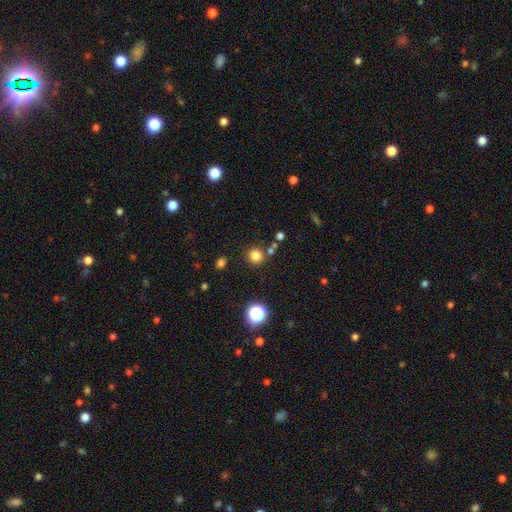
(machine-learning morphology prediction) This is likely a smooth galaxy (79%). How rounded: clearly round (91%). Merging: clearly none (81%).